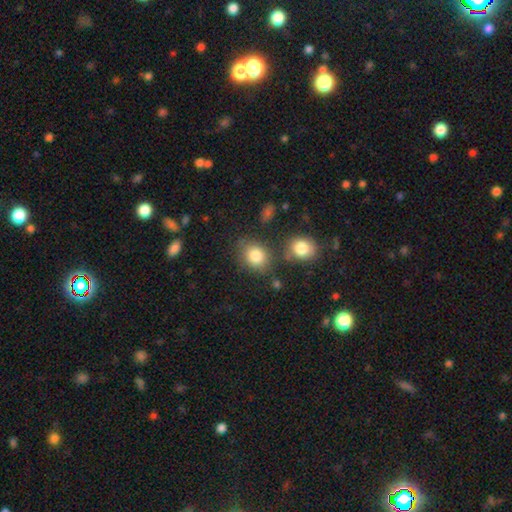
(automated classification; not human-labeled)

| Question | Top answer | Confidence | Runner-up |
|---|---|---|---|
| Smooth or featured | smooth | 82% | star or artifact (10%) |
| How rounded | round | 57% | in between (42%) |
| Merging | none | 69% | minor disturbance (14%) |